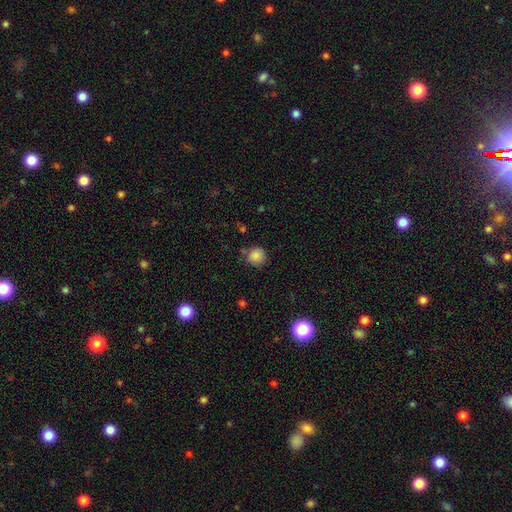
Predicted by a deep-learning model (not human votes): A smooth galaxy with no disk features (86%) that is round (92%). Merging: none (77%).